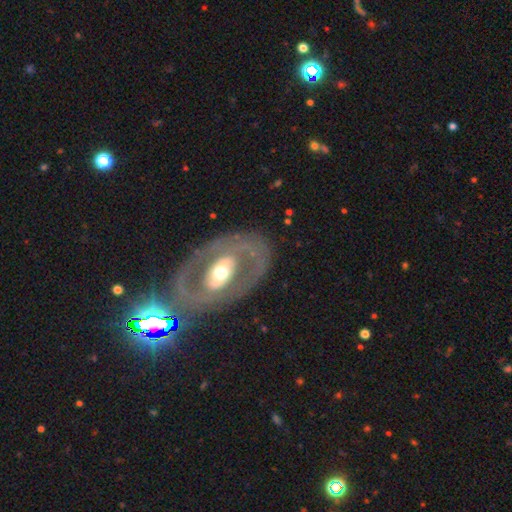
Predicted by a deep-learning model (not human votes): The model was most divided on "spiral arms": yes: 57%, no: 43%. Remaining: edge-on disk — no (94%); smooth or featured — featured or disk (79%); merging — none (74%); bulge size — moderate (62%); bar — no (45%).